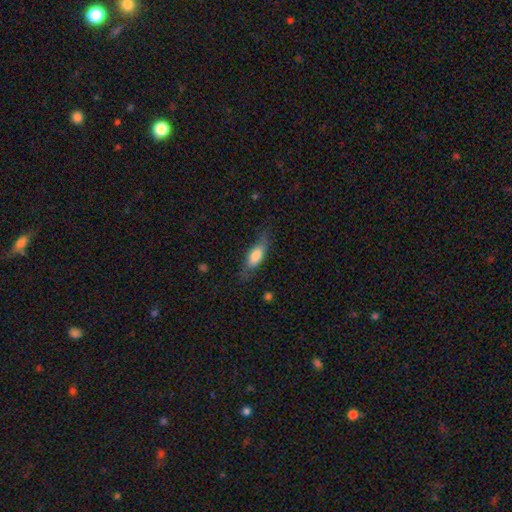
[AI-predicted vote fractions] smooth 72%, featured or disk 22%, star or artifact 7%. Down the decision tree: how rounded — in between (64%); merging — none (68%).